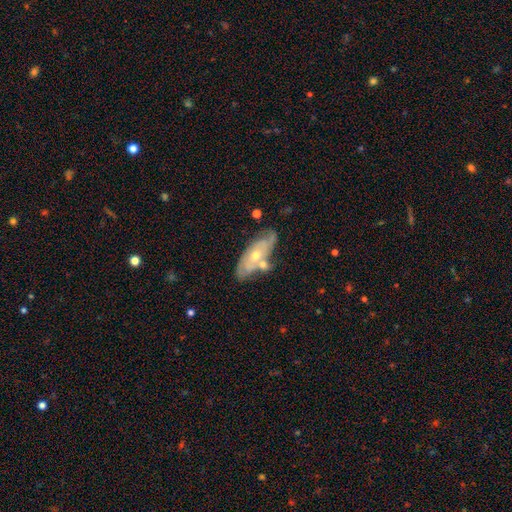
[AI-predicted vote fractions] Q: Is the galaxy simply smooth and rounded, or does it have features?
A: featured or disk — 65%.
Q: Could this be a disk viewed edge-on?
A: no — 83%.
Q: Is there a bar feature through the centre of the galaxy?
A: no — 77%.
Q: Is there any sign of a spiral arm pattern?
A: yes — 70%.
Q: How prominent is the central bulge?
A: moderate — 57%.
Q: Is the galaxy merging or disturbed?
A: none — 58%.